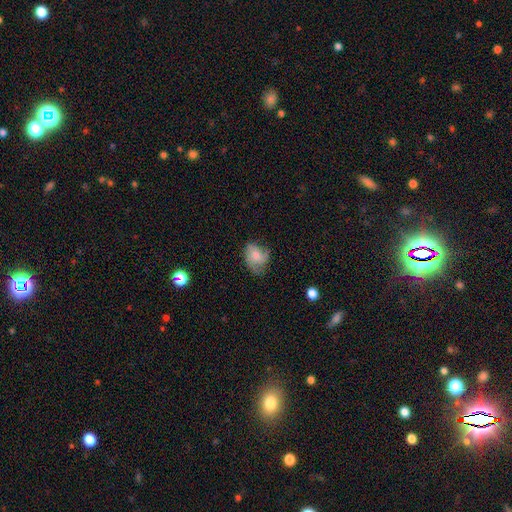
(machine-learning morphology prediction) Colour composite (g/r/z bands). It shows a smooth galaxy with no disk features (50%) that is in between round and cigar-shaped (62%). Merging: none (47%).